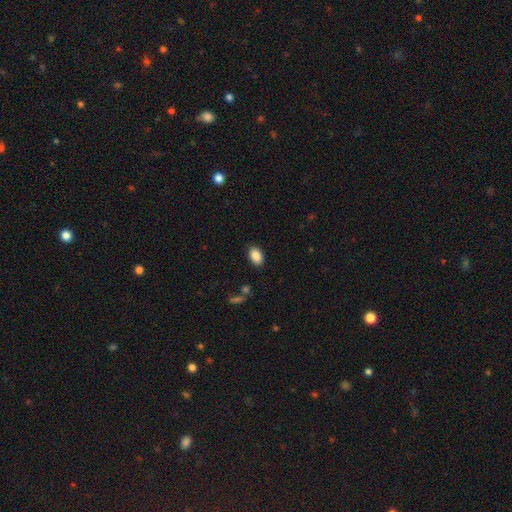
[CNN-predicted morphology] Smooth or featured? Predicted: smooth (p=0.88). How rounded? Predicted: in between (p=0.89). Merging? Predicted: none (p=0.86).